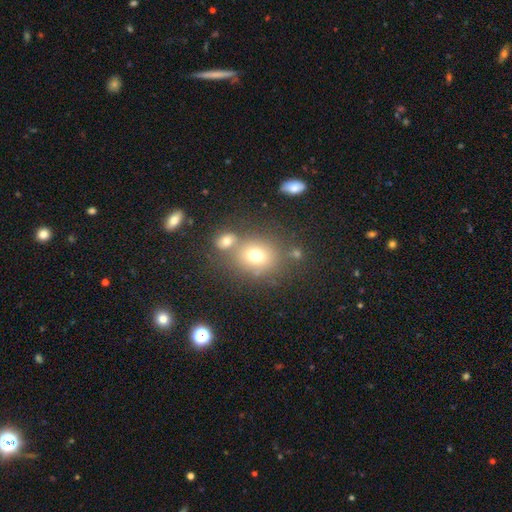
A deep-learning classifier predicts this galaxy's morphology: smooth-or-featured: smooth: 72% | star or artifact: 14% | featured or disk: 13%
  how-rounded: round: 70% | in between: 29% | cigar-shaped: 1%
  merging: none: 59% | merger: 24% | minor disturbance: 12% | major disturbance: 5%